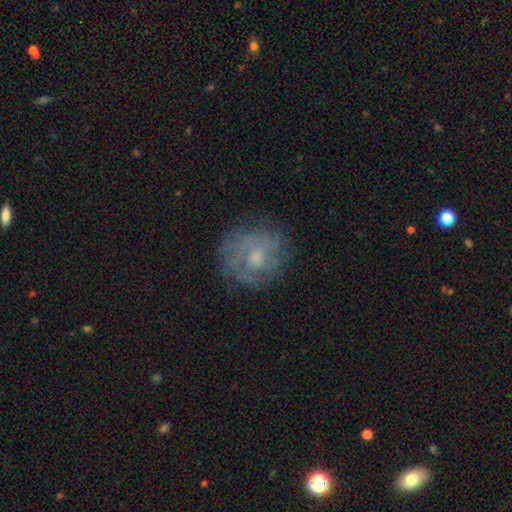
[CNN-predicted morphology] smooth-or-featured: featured or disk: 60% | smooth: 29% | star or artifact: 11%
  disk-edge-on: no: 97% | yes: 3%
    bar: no: 76% | weak: 21% | strong: 3%
    has-spiral-arms: yes: 73% | no: 27%
    bulge-size: moderate: 53% | small: 36% | none: 5% | large: 4% | dominant: 1%
  merging: none: 74% | minor disturbance: 17% | major disturbance: 8% | merger: 1%